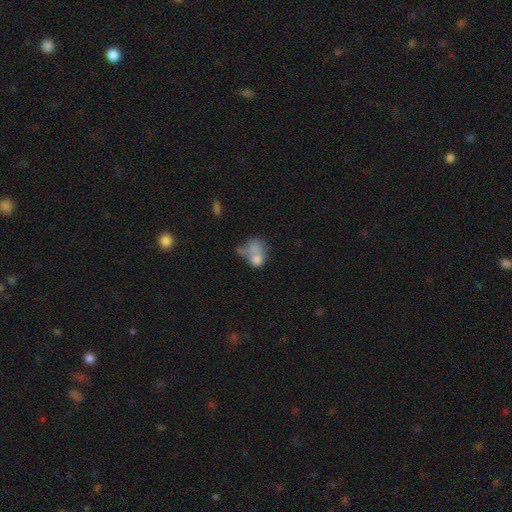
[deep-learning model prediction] Overall: smooth (67%). How rounded: in between (59%; round 40%). Merging: merger (52%; none 18%).